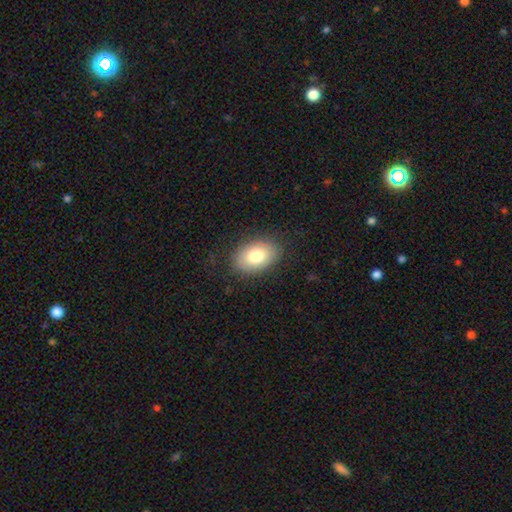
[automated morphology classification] Overall: smooth (80%). How rounded: in between (87%). Merging: none (84%).